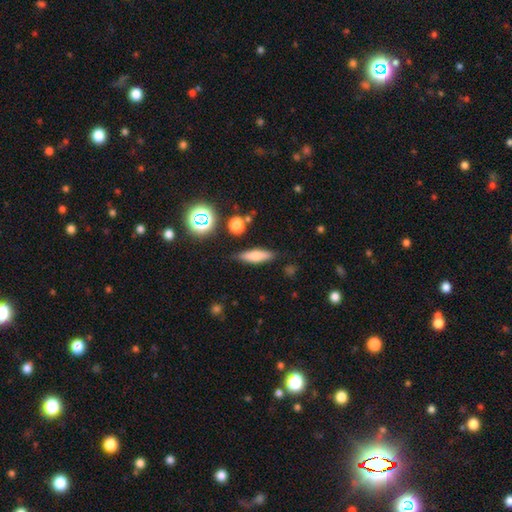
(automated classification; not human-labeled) smooth-or-featured: smooth: 65% | featured or disk: 25% | star or artifact: 10%
  how-rounded: cigar-shaped: 57% | in between: 39% | round: 4%
  merging: none: 81% | minor disturbance: 13% | major disturbance: 3% | merger: 3%